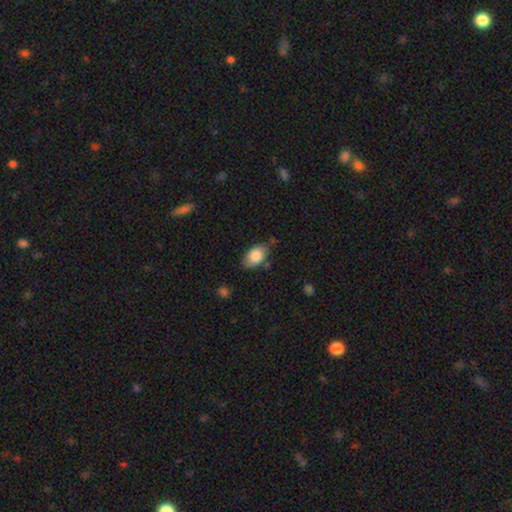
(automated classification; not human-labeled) Morphology: type=smooth (83%); roundness=in between (92%); merging=none (74%).